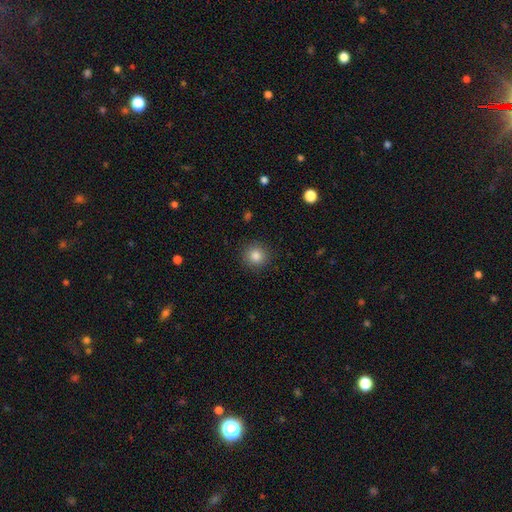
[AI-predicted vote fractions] smooth 85%, star or artifact 10%, featured or disk 5%. Down the decision tree: how rounded — round (92%); merging — none (90%).